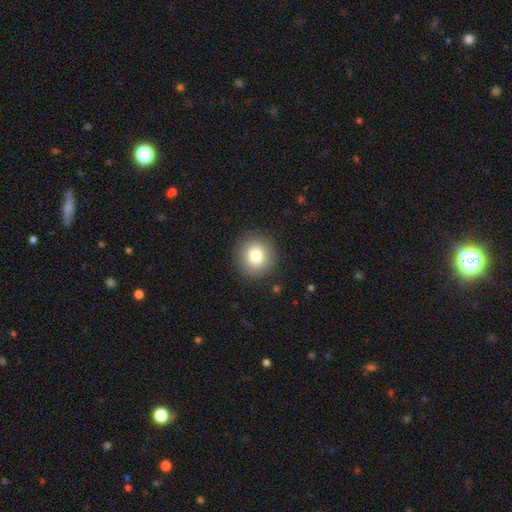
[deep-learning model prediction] A smooth galaxy with no disk features (80%) that is round (92%).

Vote fractions:
- Smooth or featured? smooth: 80% / star or artifact: 10% / featured or disk: 10%
- How rounded? round: 92% / in between: 7% / cigar-shaped: 1%
- Merging? none: 90% / minor disturbance: 7% / major disturbance: 2% / merger: 1%